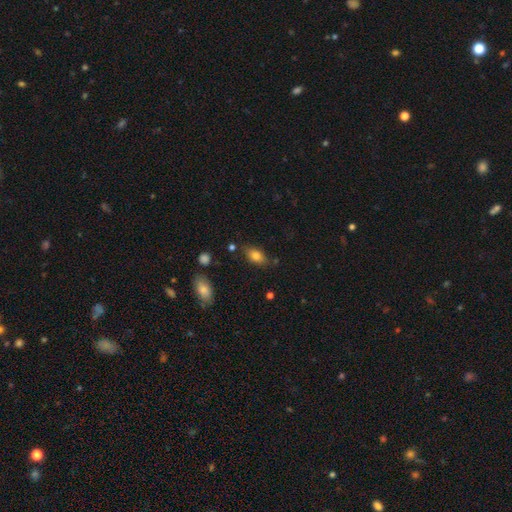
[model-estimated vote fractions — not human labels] Overall: smooth (79%). How rounded: in between (87%). Merging: none (76%).